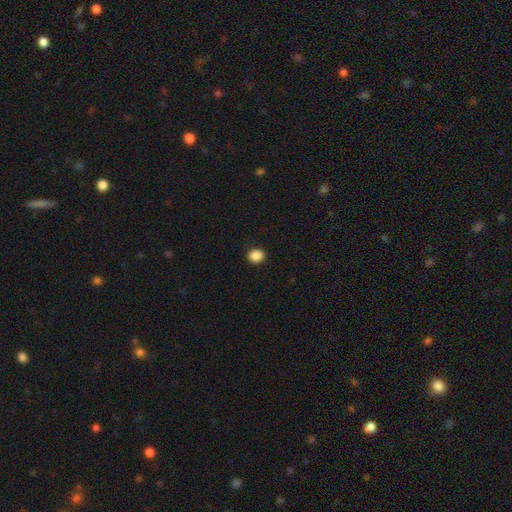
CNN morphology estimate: Smooth or featured: smooth — 88% (star or artifact — 9%)
How rounded: round — 67% (in between — 32%)
Merging: none — 92% (minor disturbance — 5%)